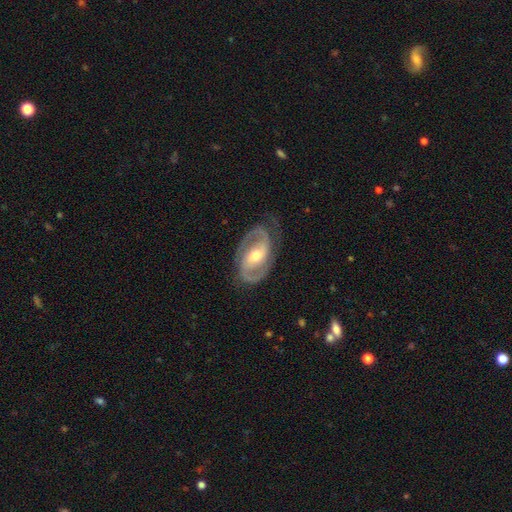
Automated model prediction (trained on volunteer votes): Q: Smooth or featured?
A: featured or disk (91%); runner-up: smooth (5%)
Q: Edge-on disk?
A: no (97%); runner-up: yes (3%)
Q: Bar?
A: weak (40%); runner-up: strong (30%)
Q: Spiral arms?
A: yes (97%); runner-up: no (3%)
Q: Spiral winding?
A: medium (51%); runner-up: tight (37%)
Q: Spiral arm count?
A: 2 (92%); runner-up: can't tell (3%)
Q: Bulge size?
A: moderate (70%); runner-up: small (25%)
Q: Merging?
A: none (79%); runner-up: minor disturbance (15%)